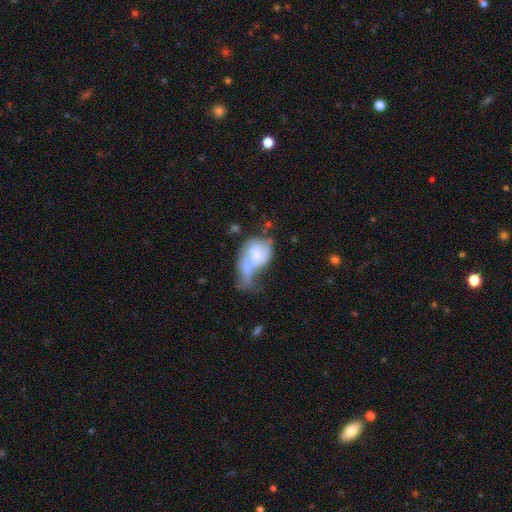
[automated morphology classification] type=featured or disk (52%); edge-on=no (96%); merging=merger (37%).